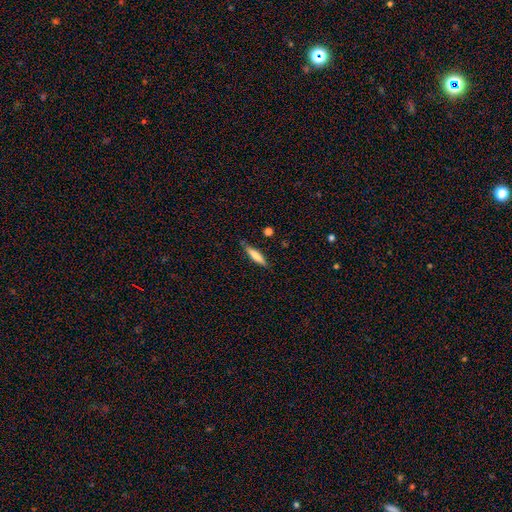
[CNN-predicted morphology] Q: Smooth or featured?
A: smooth (68%); runner-up: featured or disk (25%)
Q: How rounded?
A: cigar-shaped (81%); runner-up: in between (17%)
Q: Merging?
A: none (82%); runner-up: minor disturbance (13%)